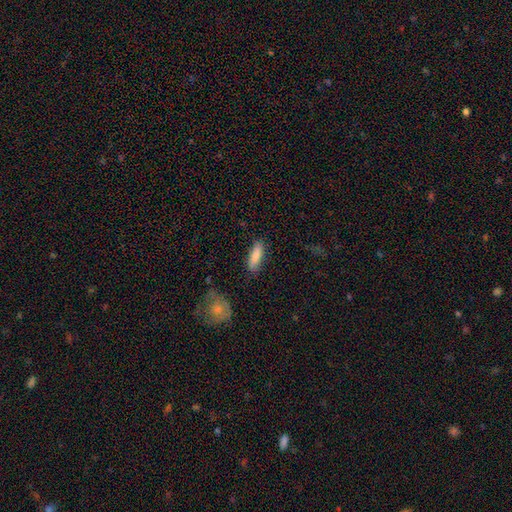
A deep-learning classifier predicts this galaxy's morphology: The model was most divided on "how rounded": cigar-shaped: 50%, in between: 48%, round: 2%. More confident: merging — none (83%); smooth or featured — smooth (83%).